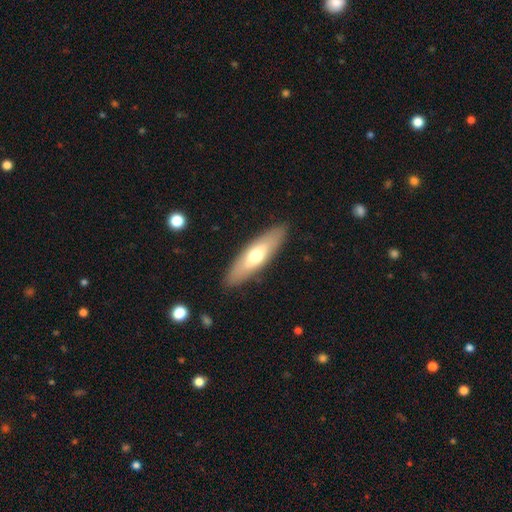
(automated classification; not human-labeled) smooth-or-featured: smooth: 57% | featured or disk: 38% | star or artifact: 5%
  how-rounded: cigar-shaped: 54% | in between: 44% | round: 2%
  merging: none: 88% | minor disturbance: 8% | major disturbance: 2% | merger: 1%